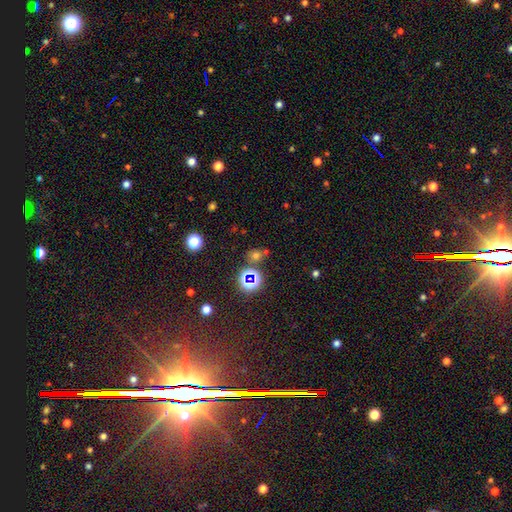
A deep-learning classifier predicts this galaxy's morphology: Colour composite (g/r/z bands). It shows a smooth galaxy with no disk features (49%). Merging: none (69%).